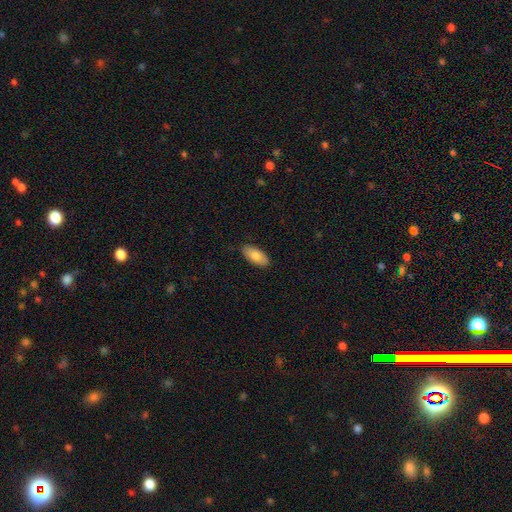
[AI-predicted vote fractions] smooth-or-featured: smooth: 83% | featured or disk: 11% | star or artifact: 6%
  how-rounded: in between: 91% | cigar-shaped: 7% | round: 2%
  merging: none: 88% | minor disturbance: 9% | major disturbance: 2% | merger: 1%